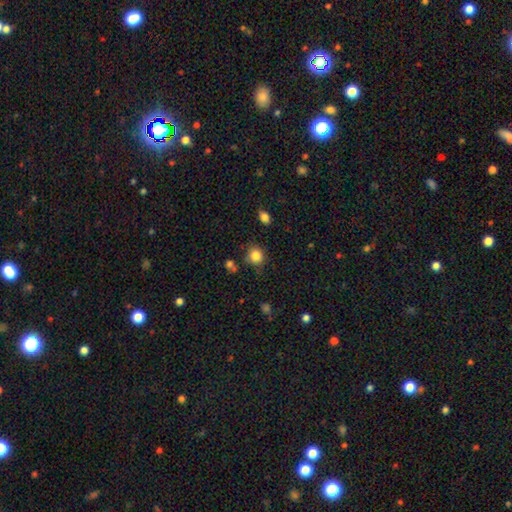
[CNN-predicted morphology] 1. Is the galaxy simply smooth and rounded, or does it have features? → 84% smooth, 10% star or artifact, 5% featured or disk.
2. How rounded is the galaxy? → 86% round, 13% in between, 1% cigar-shaped.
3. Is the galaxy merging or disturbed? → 78% none, 14% minor disturbance, 4% merger, 4% major disturbance.